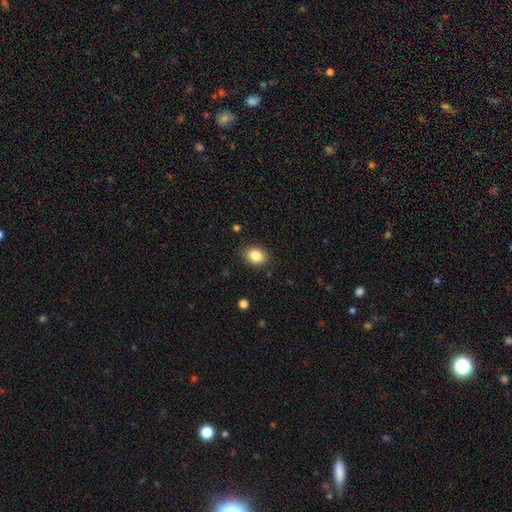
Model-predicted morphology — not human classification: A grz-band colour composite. It shows a smooth galaxy with no disk features (85%) that is in between round and cigar-shaped (66%). Merging: none (87%).